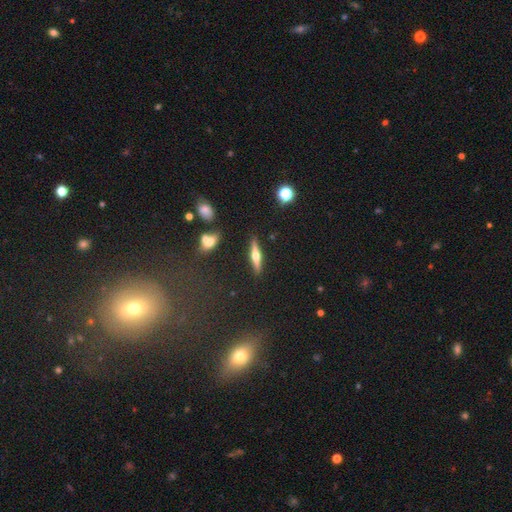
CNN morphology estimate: This appears to be a featured or disk galaxy (60%) viewed edge-on (96%) with a rounded central bulge (92%). Merging: none (87%).